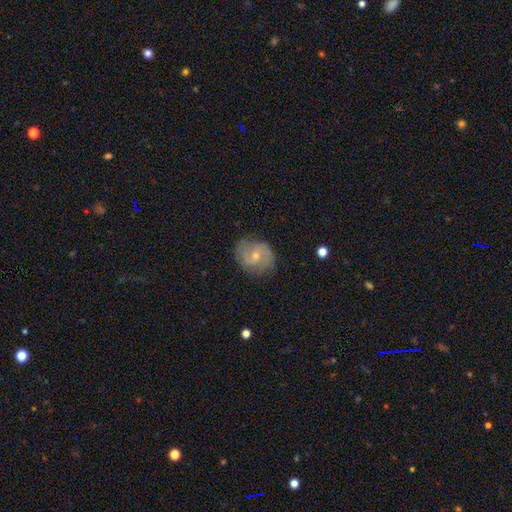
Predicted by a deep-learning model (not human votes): Smooth or featured? featured or disk (57%)
Edge-on disk? no (97%)
Bar? no (57%)
Spiral arms? yes (81%)
Bulge size? small (57%)
Merging? none (75%)